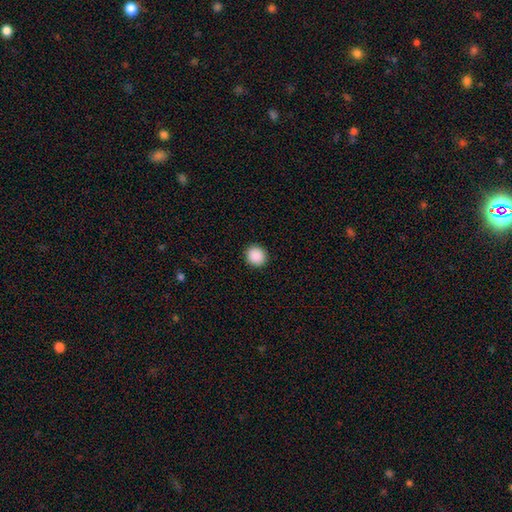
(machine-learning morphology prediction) Smooth or featured?
  - smooth: 90% *
  - star or artifact: 8%
  - featured or disk: 2%
How rounded?
  - round: 86% *
  - in between: 13%
  - cigar-shaped: 1%
Merging?
  - none: 92% *
  - minor disturbance: 5%
  - major disturbance: 2%
  - merger: 1%